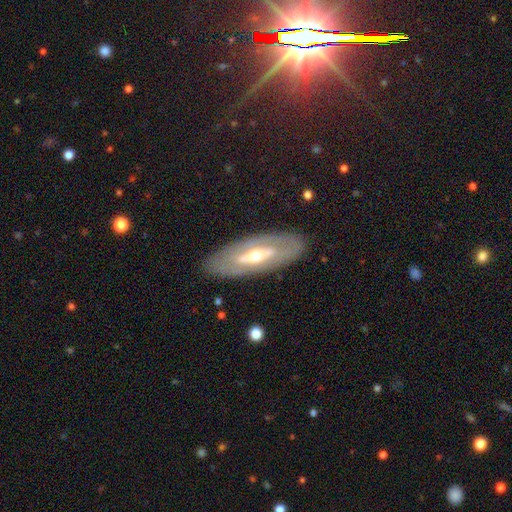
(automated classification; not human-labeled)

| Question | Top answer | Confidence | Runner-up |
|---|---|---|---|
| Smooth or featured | featured or disk | 70% | smooth (24%) |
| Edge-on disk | no | 79% | yes (21%) |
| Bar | no | 42% | weak (29%) |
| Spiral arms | no | 71% | yes (29%) |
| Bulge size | moderate | 66% | small (25%) |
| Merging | none | 85% | minor disturbance (10%) |